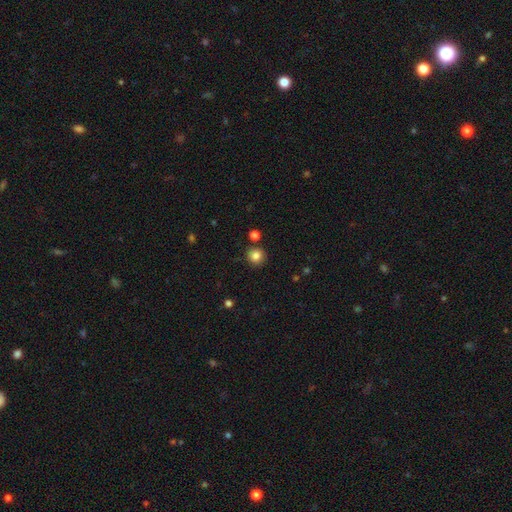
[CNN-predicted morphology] Q: Smooth or featured?
A: smooth (84%); runner-up: star or artifact (11%)
Q: How rounded?
A: round (93%); runner-up: in between (7%)
Q: Merging?
A: none (85%); runner-up: minor disturbance (8%)